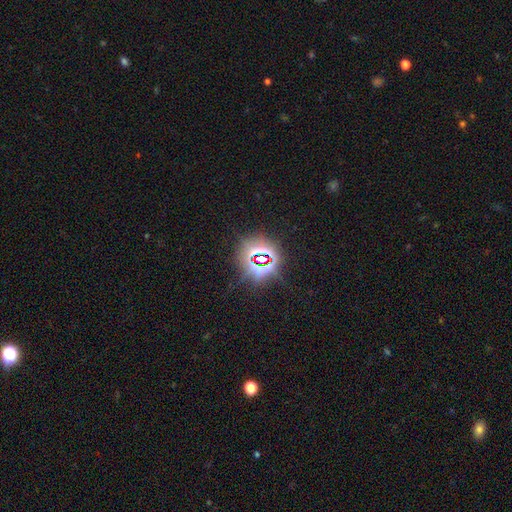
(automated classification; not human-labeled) A star or artifact, not a galaxy (77%).

Vote fractions:
- Smooth or featured? star or artifact: 77% / smooth: 15% / featured or disk: 8%